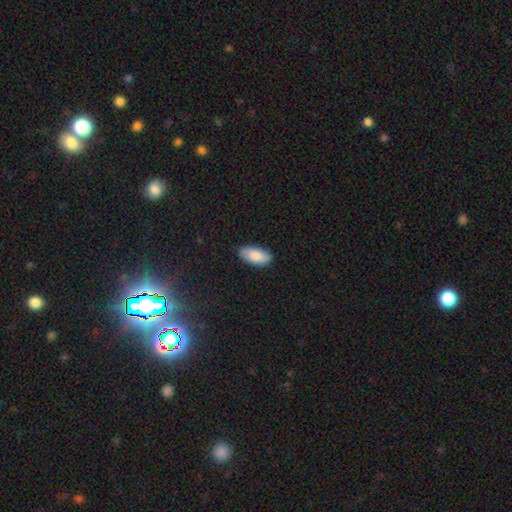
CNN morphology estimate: Smooth or featured? Predicted: smooth (p=0.84). How rounded? Predicted: in between (p=0.93). Merging? Predicted: none (p=0.85).